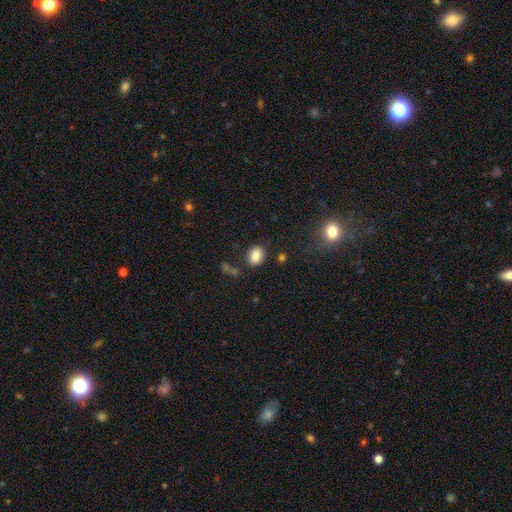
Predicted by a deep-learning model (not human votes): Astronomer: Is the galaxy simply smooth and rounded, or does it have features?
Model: smooth — 84%.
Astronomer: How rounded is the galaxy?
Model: in between — 69%.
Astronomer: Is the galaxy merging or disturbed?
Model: none — 81%.